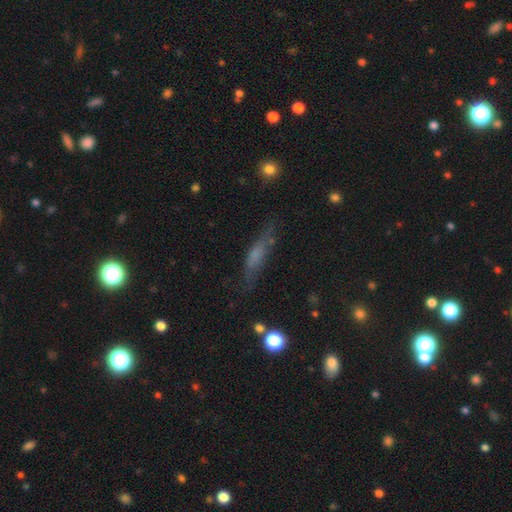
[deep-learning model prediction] A smooth galaxy with no disk features (56%) that is cigar-shaped (75%).

Vote fractions:
- Smooth or featured? smooth: 56% / featured or disk: 34% / star or artifact: 11%
- How rounded? cigar-shaped: 75% / in between: 23% / round: 3%
- Merging? none: 65% / minor disturbance: 22% / major disturbance: 9% / merger: 3%